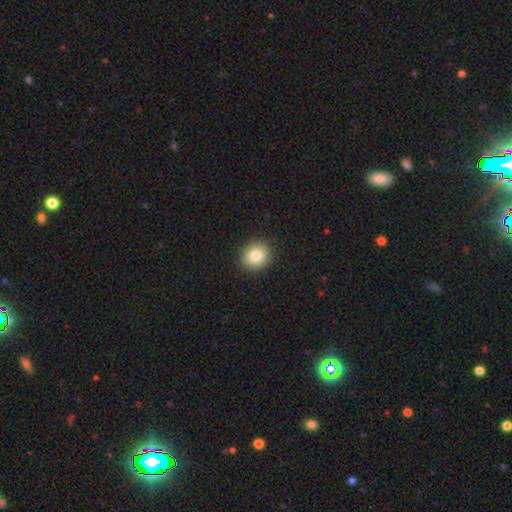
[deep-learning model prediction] A smooth galaxy with no disk features (82%) that is round (72%). Merging: none (91%).